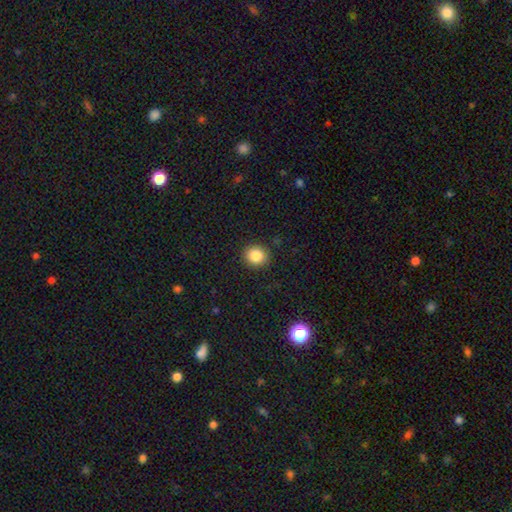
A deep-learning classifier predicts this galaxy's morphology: Overall: smooth (85%). How rounded: round (84%). Merging: none (90%).